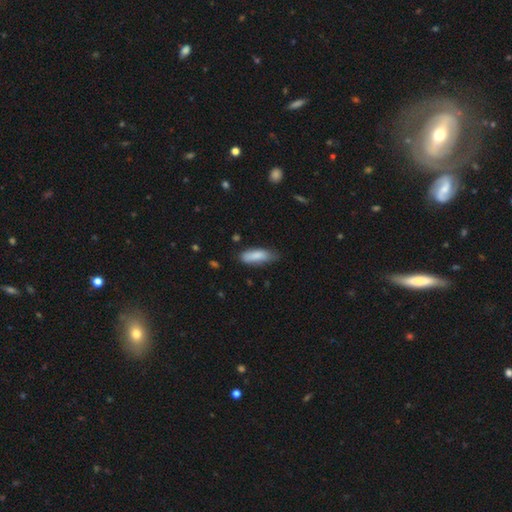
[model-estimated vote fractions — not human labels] smooth-or-featured: smooth: 85% | featured or disk: 9% | star or artifact: 6%
  how-rounded: in between: 61% | cigar-shaped: 37% | round: 2%
  merging: none: 57% | minor disturbance: 34% | major disturbance: 7% | merger: 2%